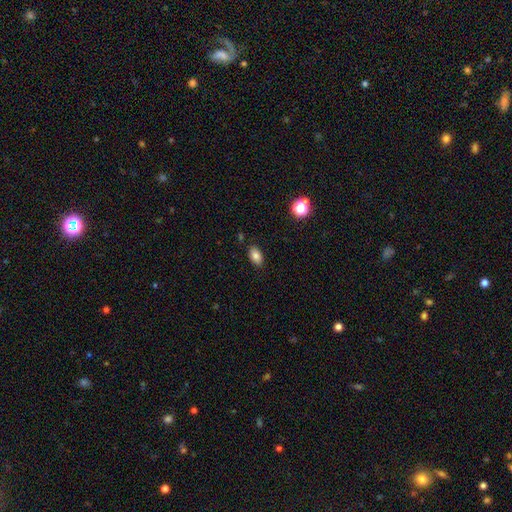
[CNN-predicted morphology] smooth_or_featured: smooth (p=0.82) [alt: star or artifact p=0.10]
how_rounded: in between (p=0.91) [alt: round p=0.07]
merging: none (p=0.86) [alt: minor disturbance p=0.10]